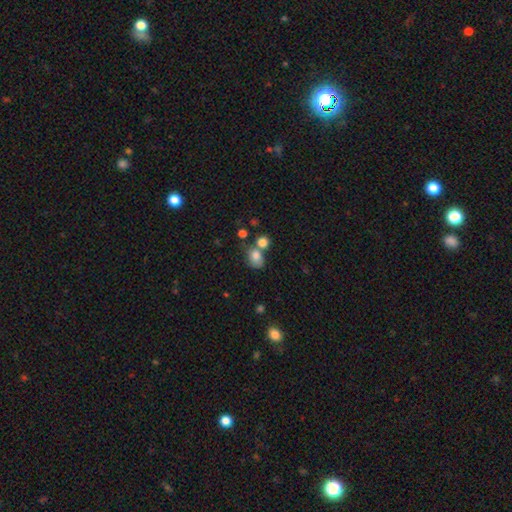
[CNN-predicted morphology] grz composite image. It shows a smooth galaxy with no disk features (79%) that is in between round and cigar-shaped (56%). Merging: none (42%).